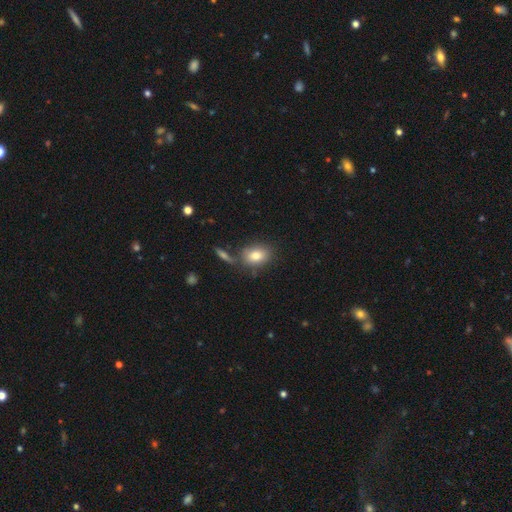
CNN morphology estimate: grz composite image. It shows a smooth galaxy with no disk features (80%) that is in between round and cigar-shaped (73%). Merging: none (69%).